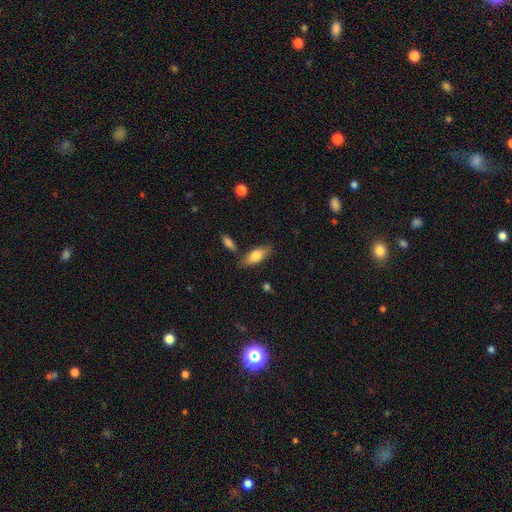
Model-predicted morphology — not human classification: A smooth galaxy with no disk features (70%) that is in between round and cigar-shaped (72%).

Vote fractions:
- Smooth or featured? smooth: 70% / featured or disk: 23% / star or artifact: 6%
- How rounded? in between: 72% / cigar-shaped: 25% / round: 3%
- Merging? none: 77% / minor disturbance: 14% / merger: 6% / major disturbance: 3%